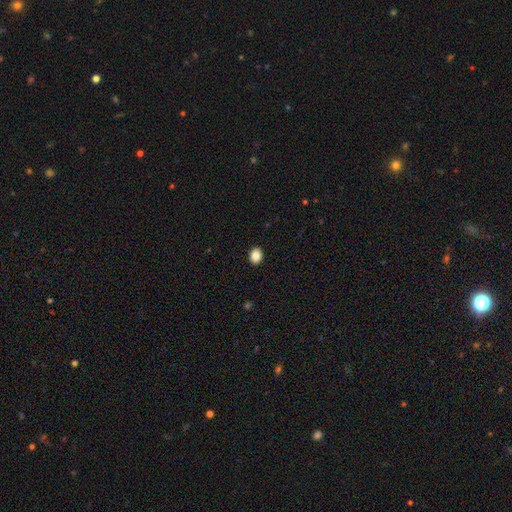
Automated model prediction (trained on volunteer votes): Smooth or featured: smooth — 86% (star or artifact — 9%)
How rounded: in between — 56% (round — 43%)
Merging: none — 92% (minor disturbance — 6%)